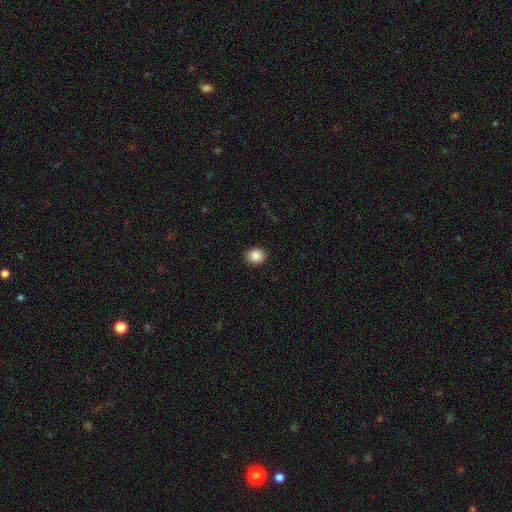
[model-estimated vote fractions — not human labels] The model was most divided on "how rounded": round: 55%, in between: 44%, cigar-shaped: 1%. More confident: merging — none (90%); smooth or featured — smooth (88%).